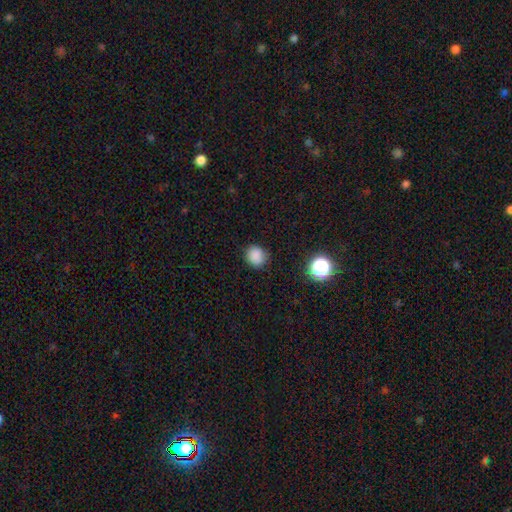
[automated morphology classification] Smooth or featured?
  - smooth: 84% *
  - star or artifact: 12%
  - featured or disk: 4%
How rounded?
  - round: 81% *
  - in between: 18%
  - cigar-shaped: 1%
Merging?
  - none: 84% *
  - minor disturbance: 12%
  - major disturbance: 3%
  - merger: 1%